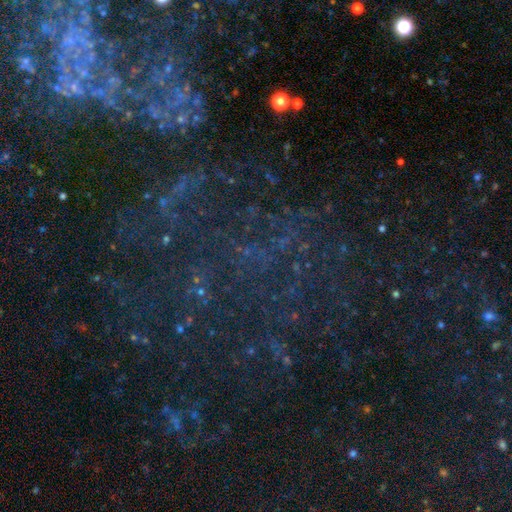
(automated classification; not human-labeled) A star or artifact, not a galaxy (67%).

Vote fractions:
- Smooth or featured? star or artifact: 67% / featured or disk: 19% / smooth: 13%